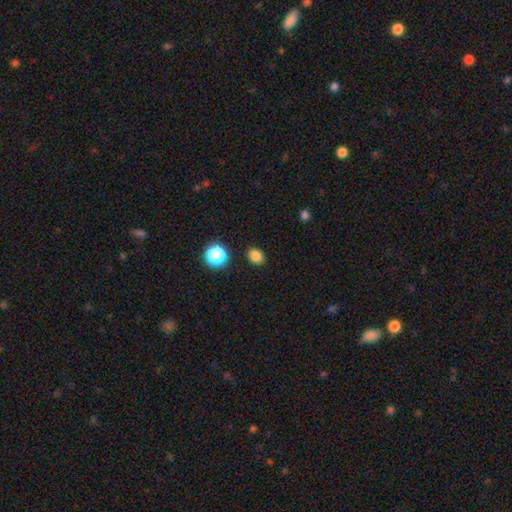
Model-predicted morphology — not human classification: The model was most divided on "how rounded": in between: 56%, round: 43%, cigar-shaped: 1%. More confident: merging — none (88%); smooth or featured — smooth (82%).